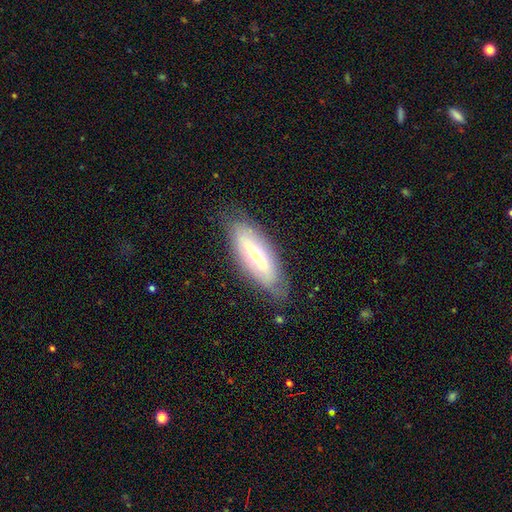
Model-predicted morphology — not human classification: Q: Smooth or featured?
A: featured or disk (59%); runner-up: smooth (35%)
Q: Edge-on disk?
A: no (60%); runner-up: yes (40%)
Q: Merging?
A: none (76%); runner-up: minor disturbance (18%)